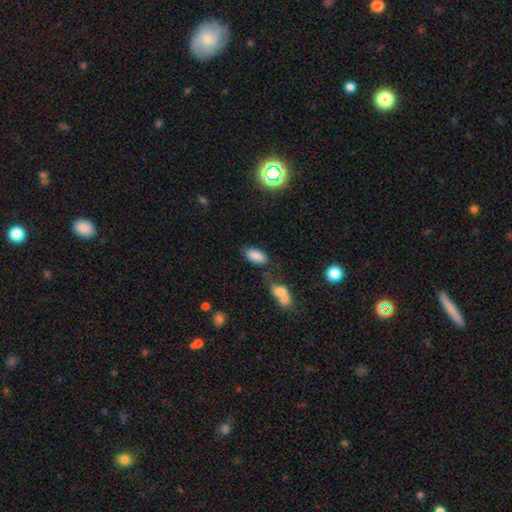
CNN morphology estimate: Q: Smooth or featured?
A: smooth (84%); runner-up: star or artifact (10%)
Q: How rounded?
A: in between (93%); runner-up: round (4%)
Q: Merging?
A: none (68%); runner-up: minor disturbance (17%)